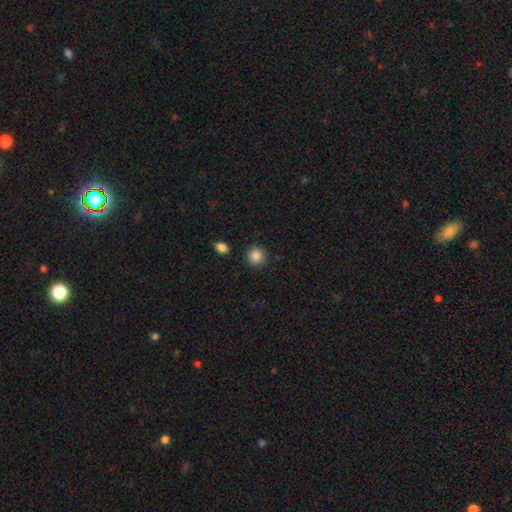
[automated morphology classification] Q: Smooth or featured?
A: smooth (87%); runner-up: star or artifact (9%)
Q: How rounded?
A: round (92%); runner-up: in between (7%)
Q: Merging?
A: none (90%); runner-up: minor disturbance (6%)